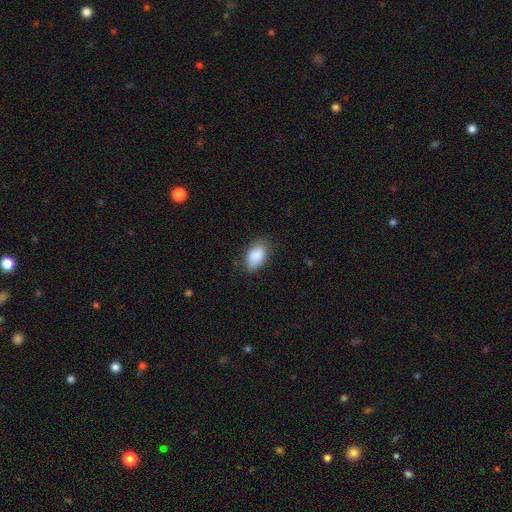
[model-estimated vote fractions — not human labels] Overall: smooth (87%). How rounded: in between (92%). Merging: none (77%).